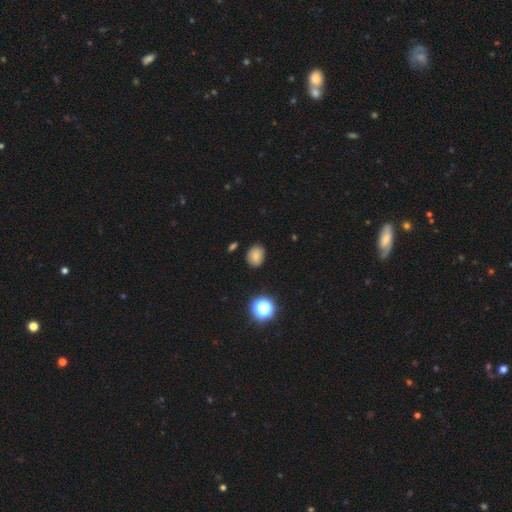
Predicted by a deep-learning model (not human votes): smooth 80%, star or artifact 13%, featured or disk 7%. Down the decision tree: how rounded — in between (51%); merging — none (84%).